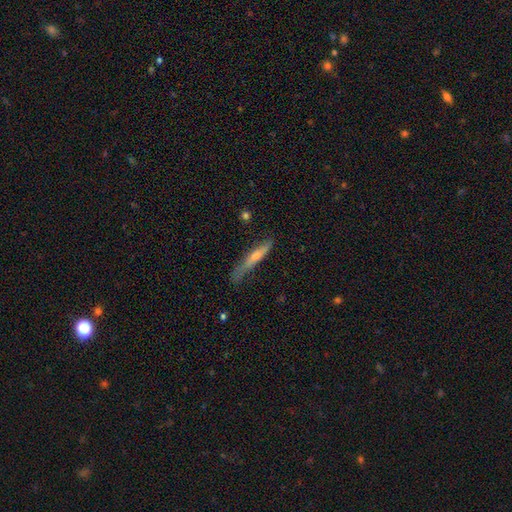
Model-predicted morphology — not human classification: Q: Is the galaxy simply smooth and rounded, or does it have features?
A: smooth — 47%.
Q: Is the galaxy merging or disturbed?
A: none — 62%.